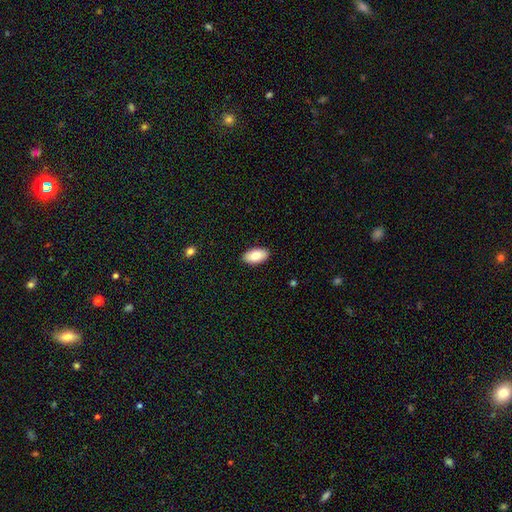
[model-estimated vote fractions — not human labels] Smooth or featured? smooth (80%)
How rounded? in between (95%)
Merging? none (90%)